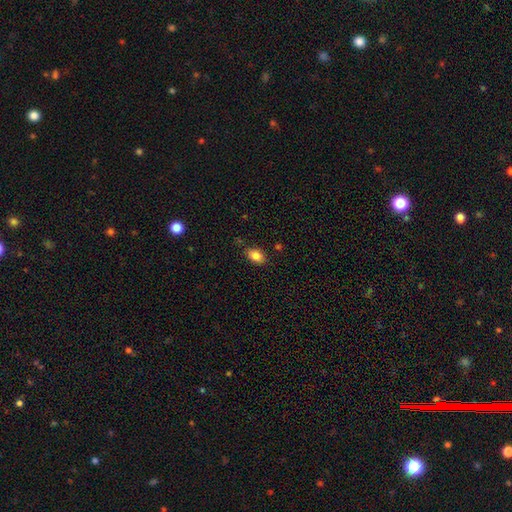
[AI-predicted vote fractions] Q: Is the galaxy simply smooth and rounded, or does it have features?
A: smooth — 86%.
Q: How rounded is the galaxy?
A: in between — 82%.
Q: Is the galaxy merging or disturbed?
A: none — 81%.